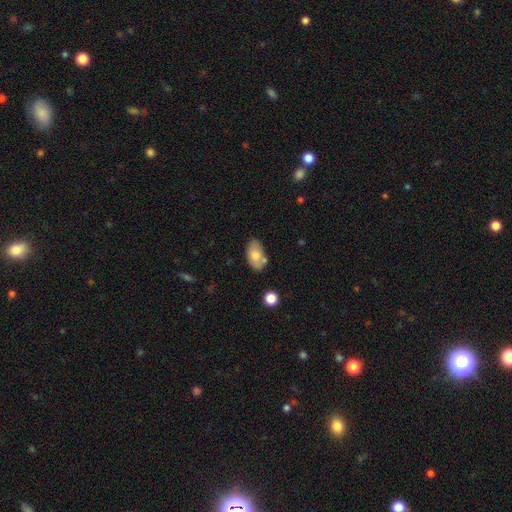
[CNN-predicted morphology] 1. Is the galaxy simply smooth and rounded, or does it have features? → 75% smooth, 18% featured or disk, 7% star or artifact.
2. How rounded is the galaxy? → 93% in between, 5% round, 2% cigar-shaped.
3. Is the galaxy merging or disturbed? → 67% none, 18% minor disturbance, 10% merger, 4% major disturbance.